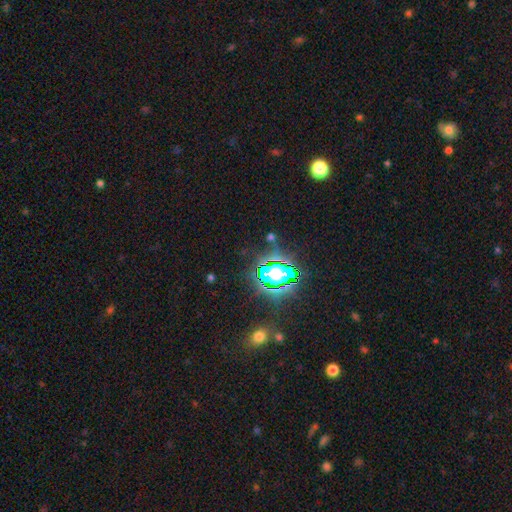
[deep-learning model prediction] This appears to be a star or artifact, not a galaxy (79%).